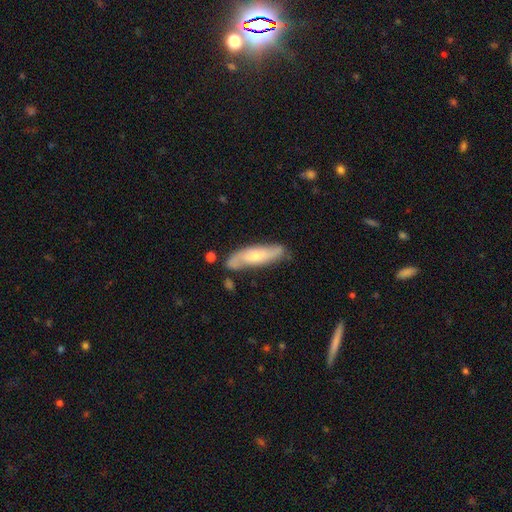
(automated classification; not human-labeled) Smooth or featured: featured or disk — 57% (smooth — 37%)
Edge-on disk: no — 74% (yes — 26%)
Merging: none — 74% (minor disturbance — 18%)